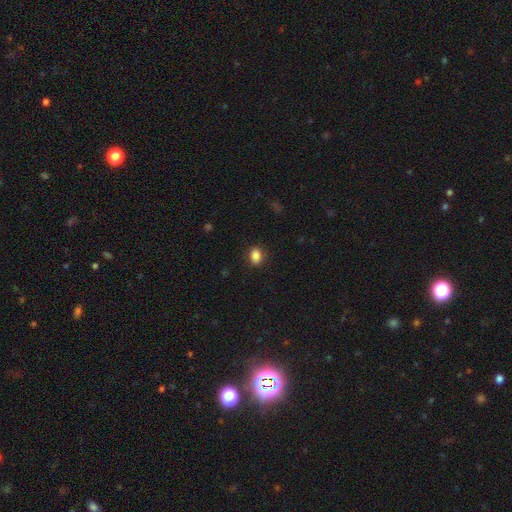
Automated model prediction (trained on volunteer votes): Smooth or featured? Predicted: smooth (p=0.87). How rounded? Predicted: in between (p=0.72). Merging? Predicted: none (p=0.86).